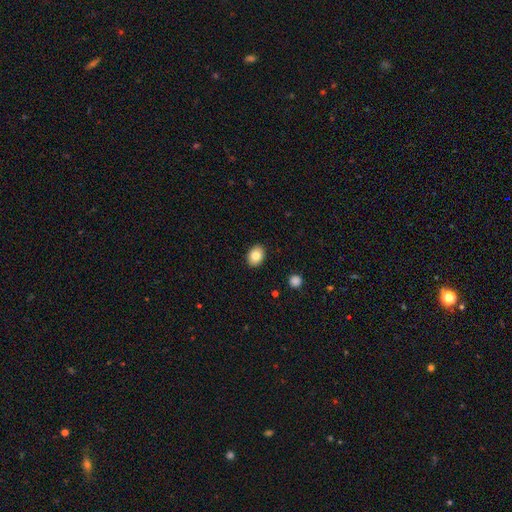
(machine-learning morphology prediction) smooth-or-featured: smooth: 82% | featured or disk: 10% | star or artifact: 8%
  how-rounded: in between: 71% | round: 28% | cigar-shaped: 1%
  merging: none: 90% | minor disturbance: 7% | major disturbance: 2% | merger: 1%